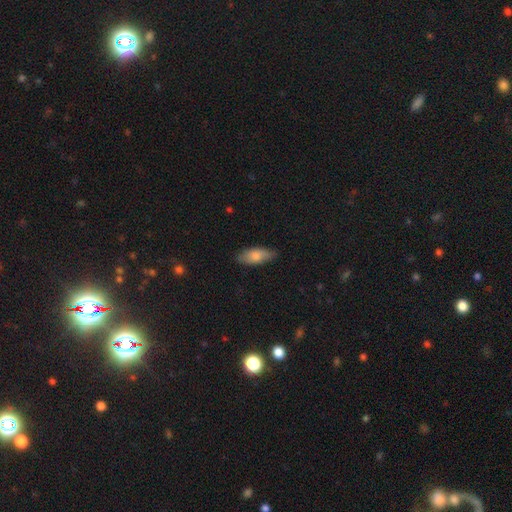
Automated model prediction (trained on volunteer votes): Smooth or featured? Predicted: smooth (p=0.77). How rounded? Predicted: in between (p=0.79). Merging? Predicted: none (p=0.80).